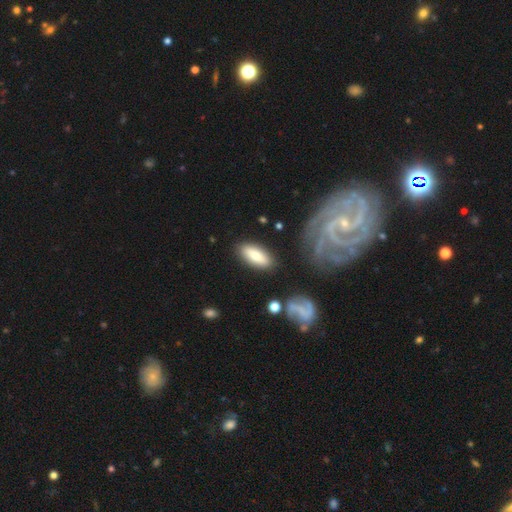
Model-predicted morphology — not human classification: The model was most divided on "smooth or featured": smooth: 73%, featured or disk: 20%, star or artifact: 6%. More confident: merging — none (83%); how rounded — in between (77%).